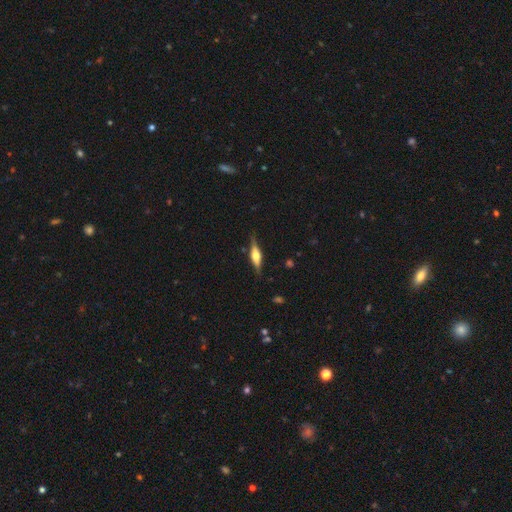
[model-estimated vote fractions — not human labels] This appears to be a featured or disk galaxy (61%) viewed edge-on (95%) with a rounded central bulge (84%). Merging: none (82%).